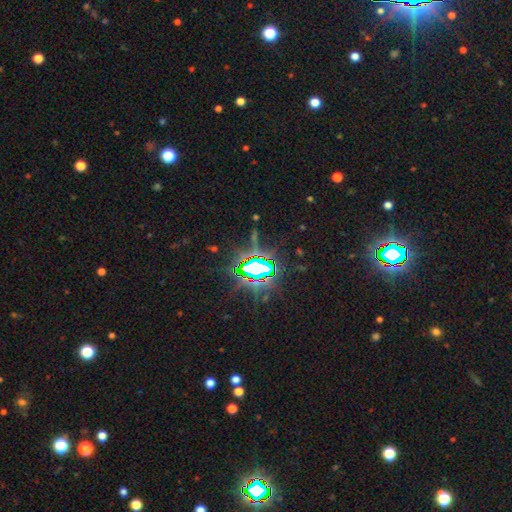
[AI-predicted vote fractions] Smooth or featured?
  - star or artifact: 79% *
  - featured or disk: 11%
  - smooth: 10%